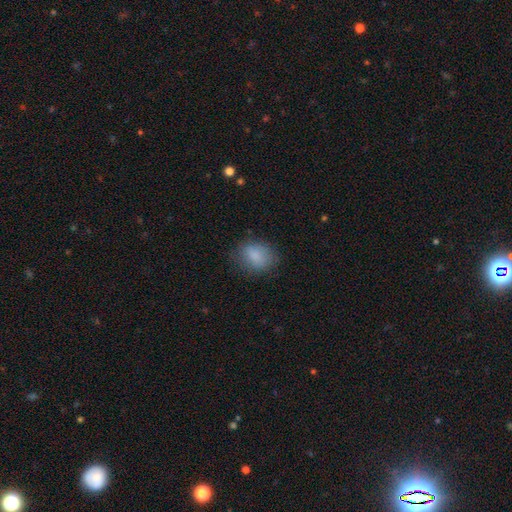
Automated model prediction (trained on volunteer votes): Smooth or featured?
  - smooth: 85% *
  - star or artifact: 8%
  - featured or disk: 7%
How rounded?
  - in between: 57% *
  - round: 41%
  - cigar-shaped: 1%
Merging?
  - none: 75% *
  - minor disturbance: 18%
  - major disturbance: 6%
  - merger: 1%